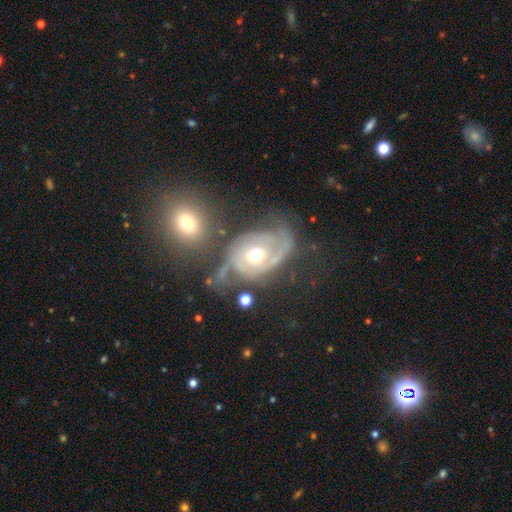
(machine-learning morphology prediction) smooth-or-featured: featured or disk: 82% | smooth: 12% | star or artifact: 7%
  disk-edge-on: no: 97% | yes: 3%
    bar: no: 75% | weak: 19% | strong: 6%
    has-spiral-arms: yes: 88% | no: 12%
      spiral-winding: tight: 42% | medium: 39% | loose: 20%
      spiral-arm-count: 2: 56% | can't tell: 17% | 1: 16% | 3: 7% | 4: 2% | more than 4: 2%
    bulge-size: moderate: 76% | small: 13% | large: 9% | dominant: 1% | none: 1%
  merging: none: 38% | major disturbance: 27% | minor disturbance: 21% | merger: 14%